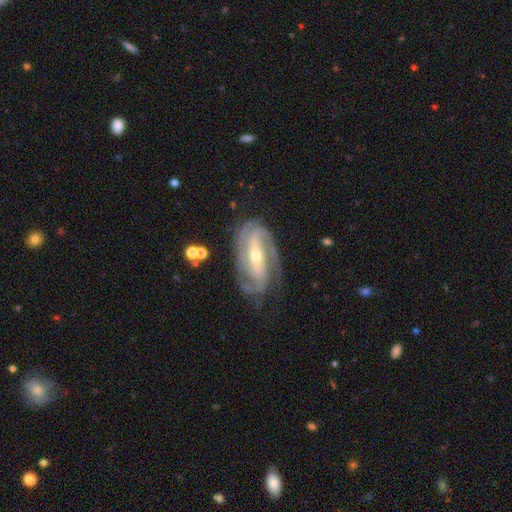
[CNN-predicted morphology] Smooth or featured?
  - featured or disk: 91% *
  - smooth: 5%
  - star or artifact: 5%
Edge-on disk?
  - no: 95% *
  - yes: 5%
Bar?
  - strong: 51% *
  - weak: 30%
  - no: 19%
Spiral arms?
  - yes: 98% *
  - no: 2%
Spiral winding?
  - tight: 57% *
  - medium: 36%
  - loose: 7%
Spiral arm count?
  - 2: 47% *
  - 3: 29%
  - can't tell: 10%
  - 4: 7%
  - 1: 4%
  - more than 4: 4%
Bulge size?
  - small: 53% *
  - moderate: 44%
  - large: 2%
  - none: 1%
  - dominant: 1%
Merging?
  - none: 76% *
  - minor disturbance: 16%
  - major disturbance: 6%
  - merger: 2%